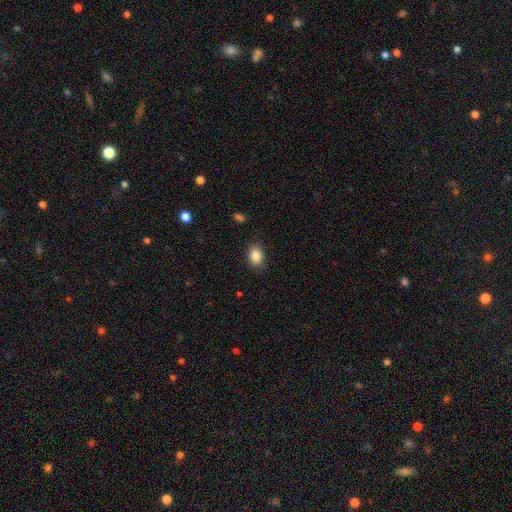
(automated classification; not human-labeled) A smooth galaxy with no disk features (87%) that is in between round and cigar-shaped (70%).

Vote fractions:
- Smooth or featured? smooth: 87% / star or artifact: 9% / featured or disk: 4%
- How rounded? in between: 70% / round: 29% / cigar-shaped: 1%
- Merging? none: 83% / minor disturbance: 13% / major disturbance: 3% / merger: 1%